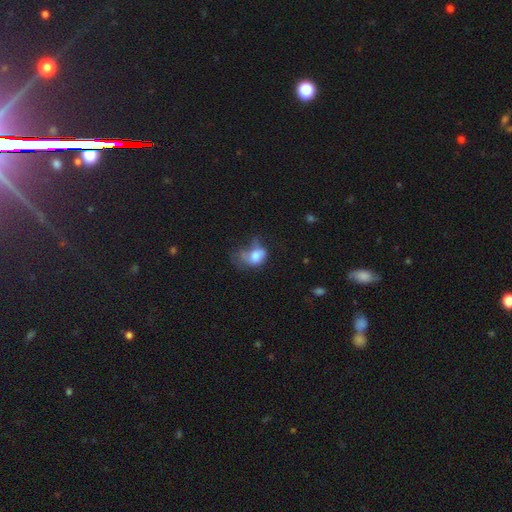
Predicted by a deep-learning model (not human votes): Smooth or featured? Predicted: smooth (p=0.64). How rounded? Predicted: in between (p=0.69). Merging? Predicted: major disturbance (p=0.50).